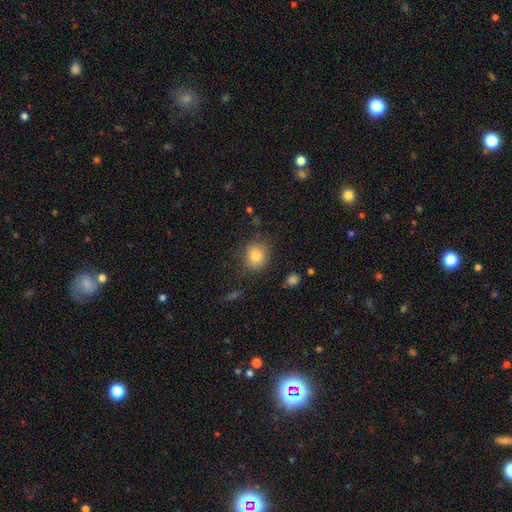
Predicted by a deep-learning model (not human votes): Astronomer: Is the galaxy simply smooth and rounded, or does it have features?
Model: smooth — 81%.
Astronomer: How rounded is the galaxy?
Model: round — 76%.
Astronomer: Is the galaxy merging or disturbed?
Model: none — 82%.